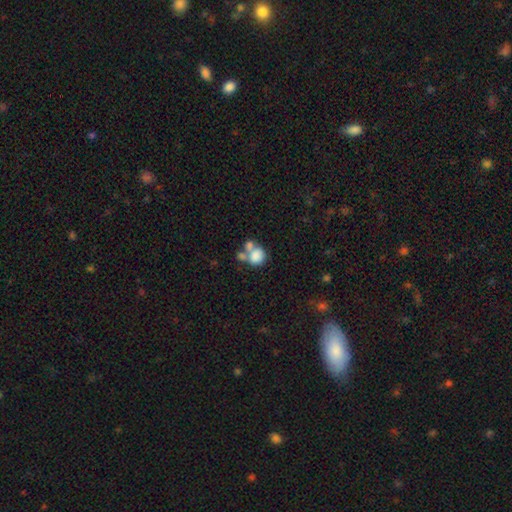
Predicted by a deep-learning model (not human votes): A smooth galaxy with no disk features (75%) that is round (69%). Merging: merger (52%).